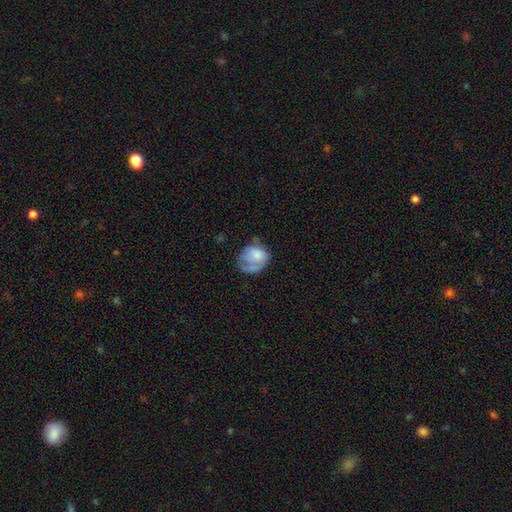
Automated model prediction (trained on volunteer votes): Smooth or featured?
  - smooth: 63% *
  - featured or disk: 30%
  - star or artifact: 8%
How rounded?
  - round: 55% *
  - in between: 44%
  - cigar-shaped: 1%
Merging?
  - none: 34% *
  - major disturbance: 30%
  - minor disturbance: 29%
  - merger: 7%